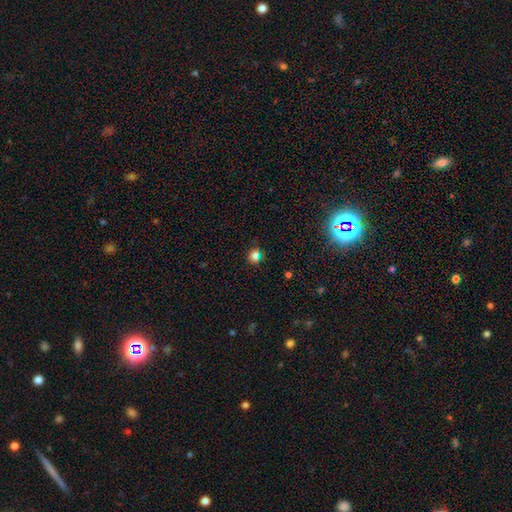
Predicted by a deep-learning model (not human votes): Morphology: type=smooth (73%); roundness=round (73%); merging=none (81%).